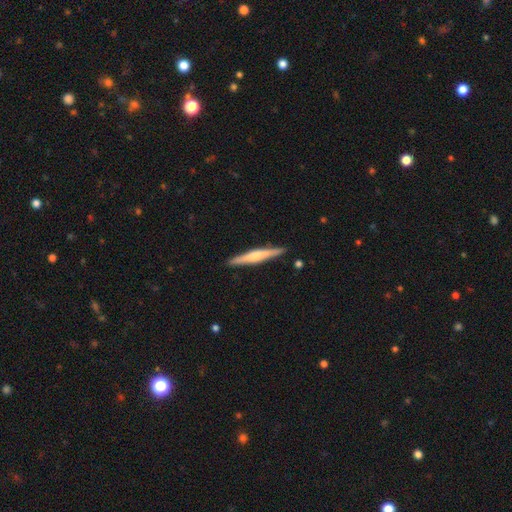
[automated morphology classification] smooth_or_featured: featured or disk (p=0.57) [alt: smooth p=0.38]
disk_edge_on: yes (p=0.97) [alt: no p=0.03]
edge_on_bulge: rounded (p=0.74) [alt: none p=0.16]
merging: none (p=0.91) [alt: minor disturbance p=0.07]